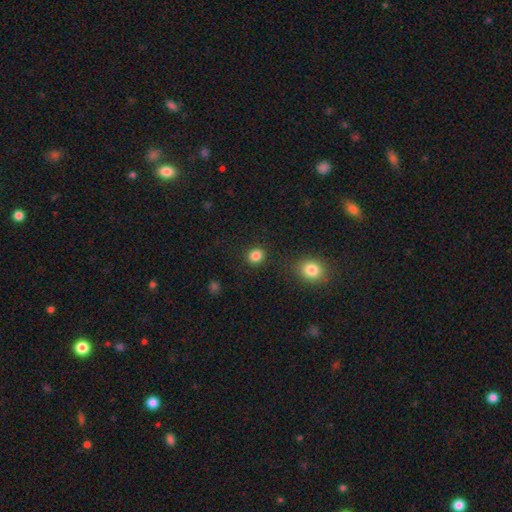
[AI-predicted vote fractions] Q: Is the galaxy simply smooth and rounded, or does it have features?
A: smooth — 85%.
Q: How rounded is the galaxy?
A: round — 77%.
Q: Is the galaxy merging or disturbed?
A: none — 89%.